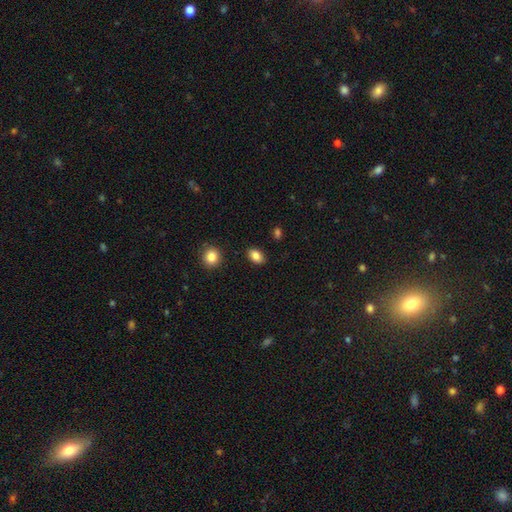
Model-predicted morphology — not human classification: smooth-or-featured: smooth: 86% | star or artifact: 9% | featured or disk: 6%
  how-rounded: in between: 83% | round: 16% | cigar-shaped: 1%
  merging: none: 87% | minor disturbance: 9% | major disturbance: 2% | merger: 2%